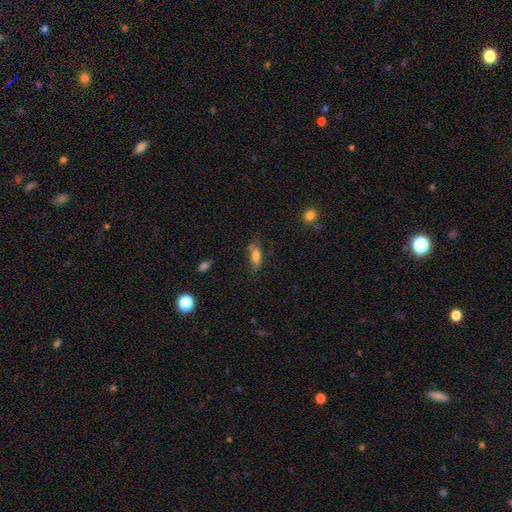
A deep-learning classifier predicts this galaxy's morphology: Overall: smooth (76%). How rounded: in between (73%). Merging: none (61%; minor disturbance 26%).